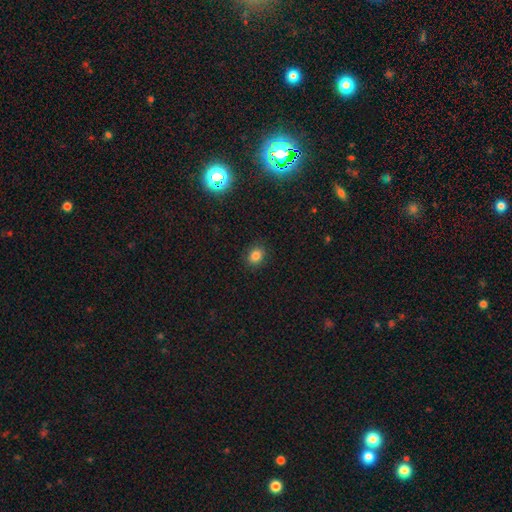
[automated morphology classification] A smooth galaxy with no disk features (82%) that is round (50%). Merging: none (87%).